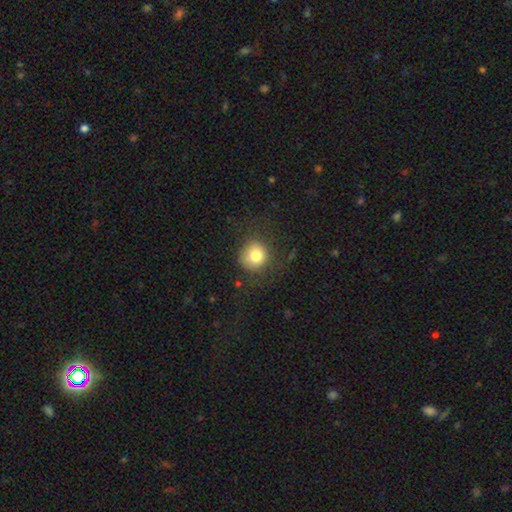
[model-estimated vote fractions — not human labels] Smooth or featured?
  - smooth: 80% *
  - star or artifact: 11%
  - featured or disk: 9%
How rounded?
  - round: 91% *
  - in between: 8%
  - cigar-shaped: 1%
Merging?
  - none: 79% *
  - minor disturbance: 13%
  - major disturbance: 7%
  - merger: 1%